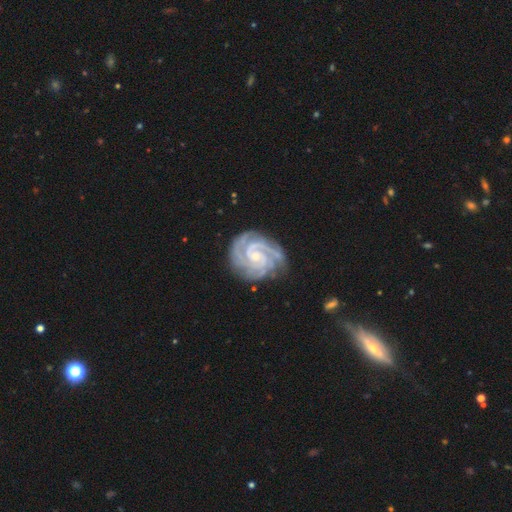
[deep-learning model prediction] Smooth or featured? featured or disk (93%)
Edge-on disk? no (98%)
Bar? no (56%)
Spiral arms? yes (99%)
Spiral winding? tight (76%)
Spiral arm count? 3 (43%)
Bulge size? small (70%)
Merging? none (77%)